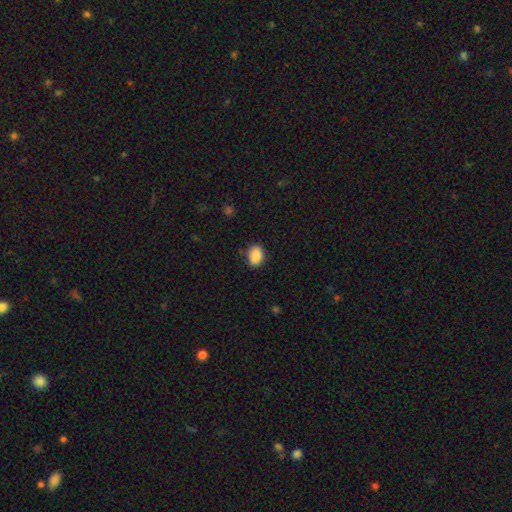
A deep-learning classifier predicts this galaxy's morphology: The model was most divided on "how rounded": in between: 73%, round: 26%, cigar-shaped: 1%. More confident: smooth or featured — smooth (88%); merging — none (86%).